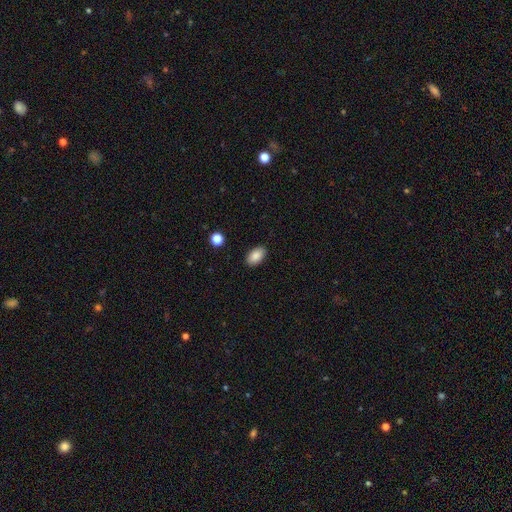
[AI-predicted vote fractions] smooth-or-featured: smooth: 87% | star or artifact: 8% | featured or disk: 5%
  how-rounded: in between: 92% | round: 6% | cigar-shaped: 1%
  merging: none: 88% | minor disturbance: 8% | major disturbance: 2% | merger: 1%